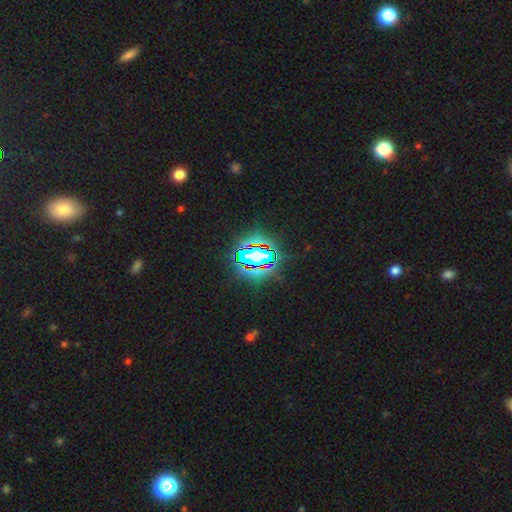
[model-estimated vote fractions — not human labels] Q: Smooth or featured?
A: star or artifact (73%); runner-up: smooth (15%)